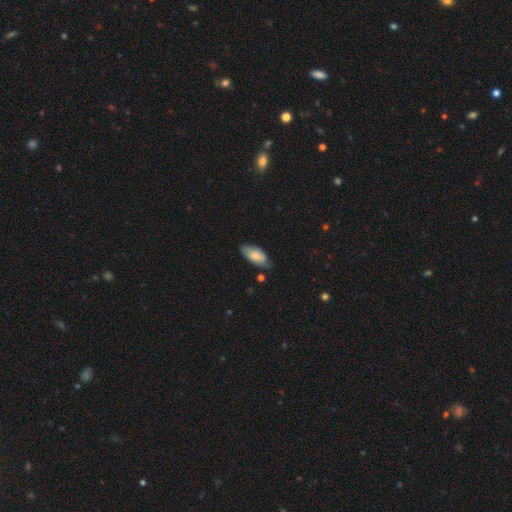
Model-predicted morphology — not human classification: smooth_or_featured: smooth (p=0.70) [alt: featured or disk p=0.24]
how_rounded: in between (p=0.89) [alt: cigar-shaped p=0.08]
merging: none (p=0.67) [alt: minor disturbance p=0.26]